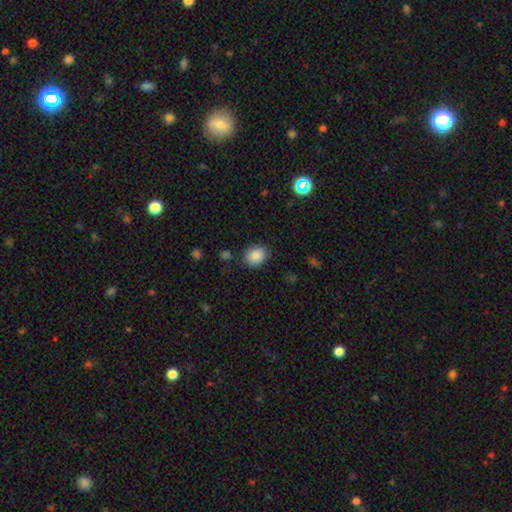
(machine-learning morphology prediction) The model was most divided on "how rounded": in between: 50%, round: 49%, cigar-shaped: 1%. More confident: smooth or featured — smooth (88%); merging — none (82%).